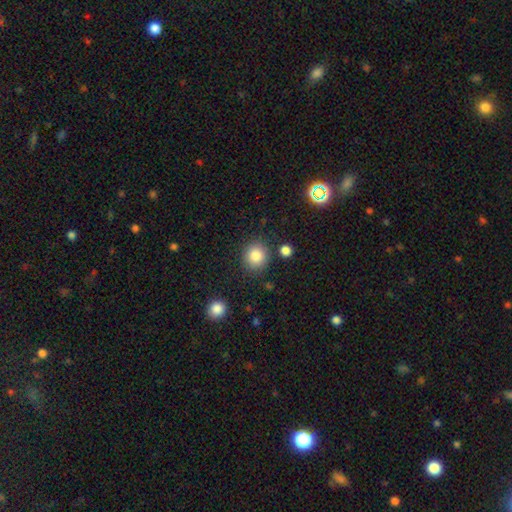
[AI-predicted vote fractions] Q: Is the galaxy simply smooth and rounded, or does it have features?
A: smooth — 86%.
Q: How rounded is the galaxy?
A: round — 86%.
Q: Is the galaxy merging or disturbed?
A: none — 84%.